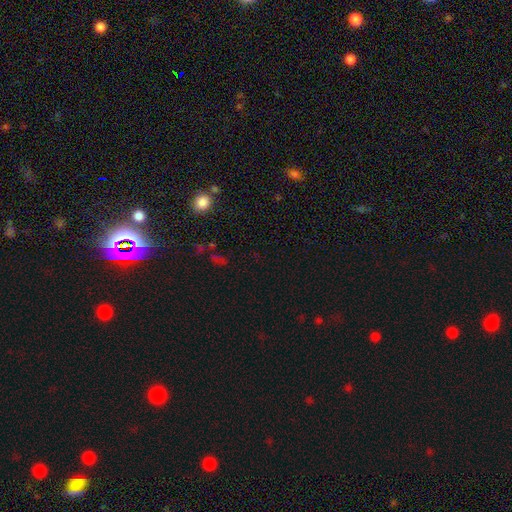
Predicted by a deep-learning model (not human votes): This is likely a star or artifact rather than a galaxy (66%).